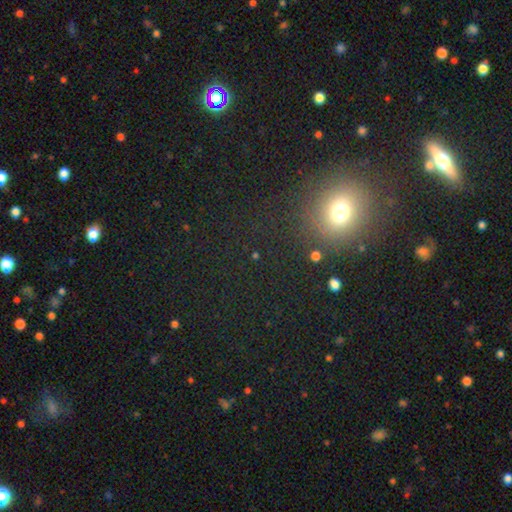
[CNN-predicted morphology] Overall: star or artifact (45%; smooth 44%).